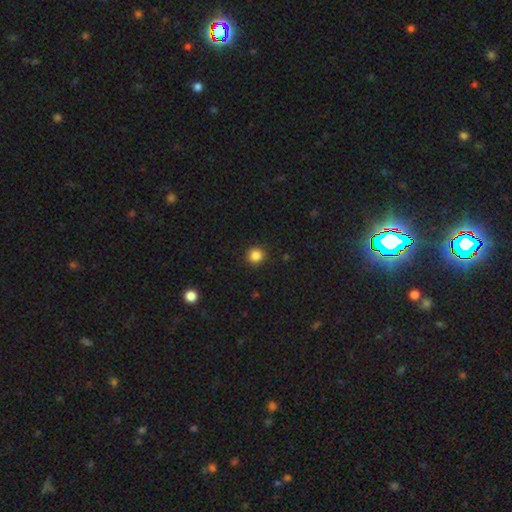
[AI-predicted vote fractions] smooth 85%, star or artifact 11%, featured or disk 4%. Down the decision tree: how rounded — round (93%); merging — none (92%).